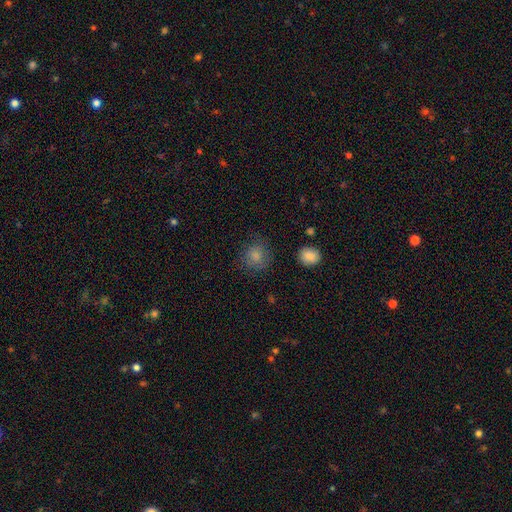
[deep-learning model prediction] Q: Smooth or featured?
A: smooth (83%); runner-up: star or artifact (10%)
Q: How rounded?
A: round (85%); runner-up: in between (14%)
Q: Merging?
A: none (75%); runner-up: minor disturbance (17%)